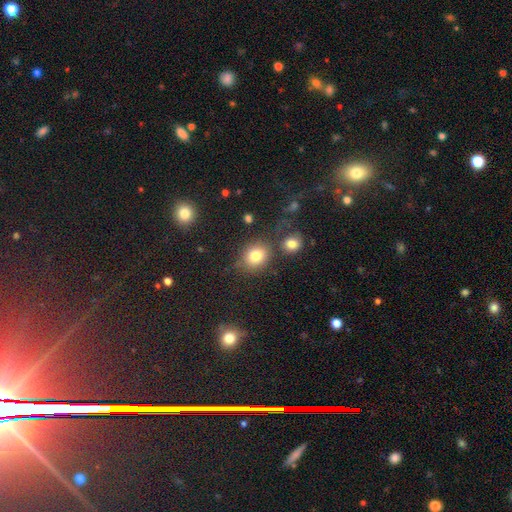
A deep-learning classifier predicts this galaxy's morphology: This appears to be a smooth galaxy with no disk features (78%) that is round (65%). Merging: none (70%).